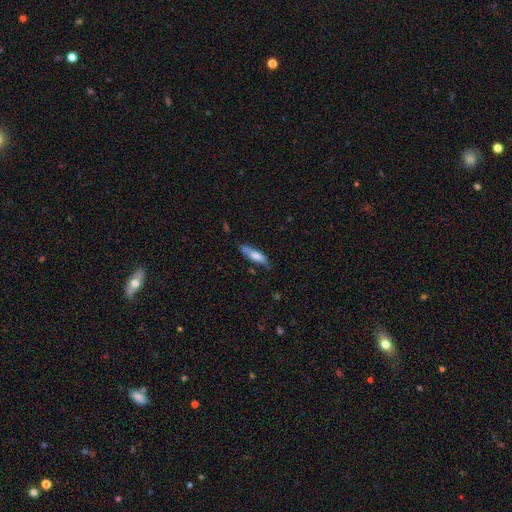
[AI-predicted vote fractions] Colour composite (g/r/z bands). It shows a smooth galaxy with no disk features (68%) that is cigar-shaped (65%). Merging: none (56%).